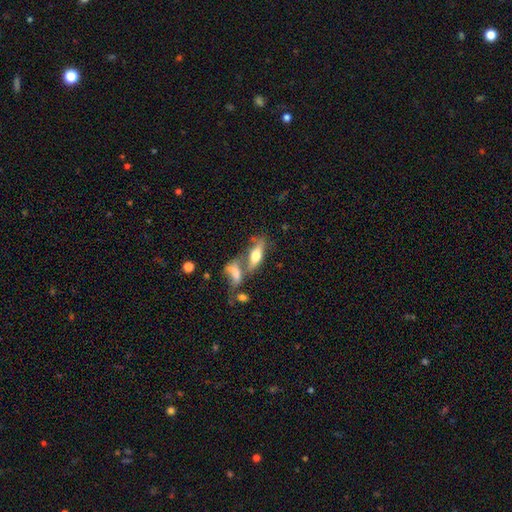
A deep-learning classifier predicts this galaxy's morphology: type=smooth (51%); roundness=in between (55%); merging=none (41%).